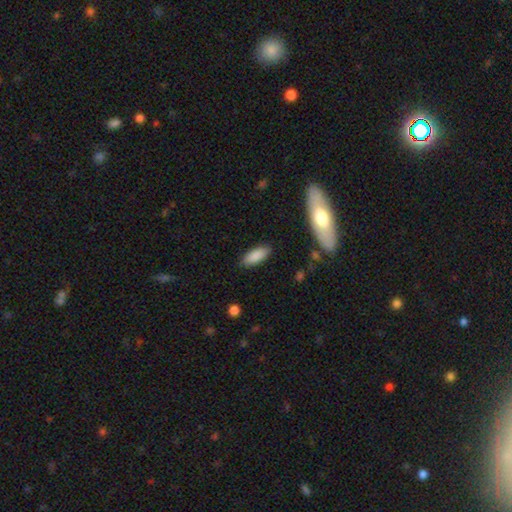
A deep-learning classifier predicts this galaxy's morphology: Smooth or featured? Predicted: smooth (p=0.87). How rounded? Predicted: in between (p=0.76). Merging? Predicted: none (p=0.86).